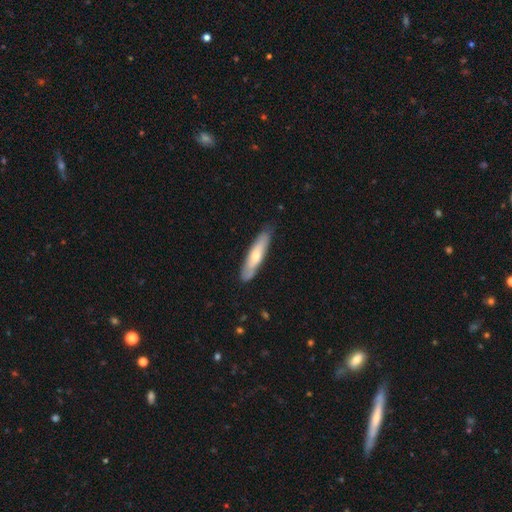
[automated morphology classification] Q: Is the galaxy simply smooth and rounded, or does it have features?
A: smooth — 56%.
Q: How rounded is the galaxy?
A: cigar-shaped — 77%.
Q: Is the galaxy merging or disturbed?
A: none — 80%.